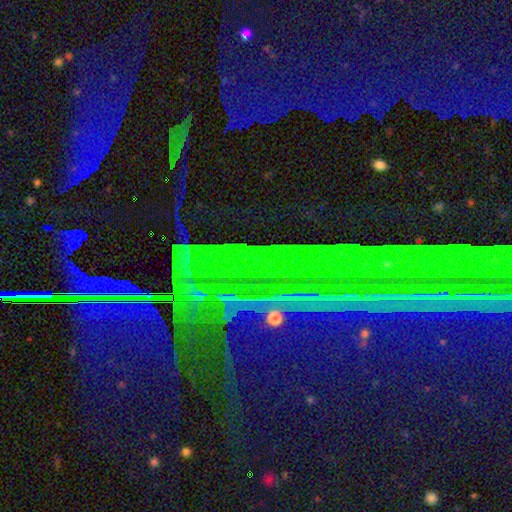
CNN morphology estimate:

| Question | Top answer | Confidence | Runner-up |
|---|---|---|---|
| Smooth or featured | star or artifact | 88% | featured or disk (7%) |